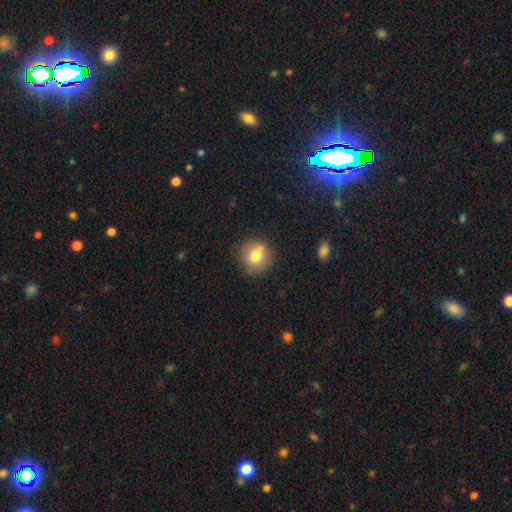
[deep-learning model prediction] A smooth galaxy with no disk features (76%) that is round (89%). Merging: none (73%).